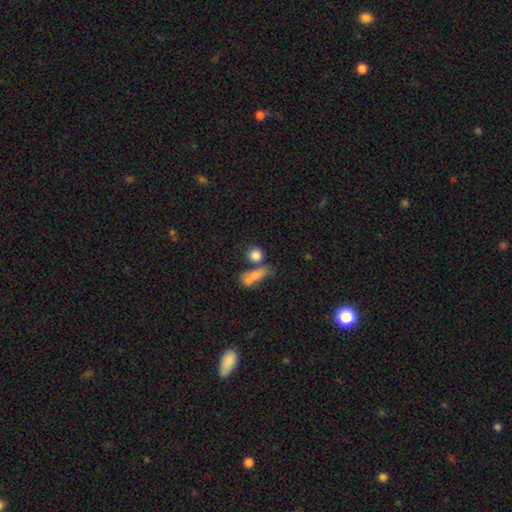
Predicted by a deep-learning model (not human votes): Smooth or featured?
  - smooth: 82% *
  - star or artifact: 10%
  - featured or disk: 8%
How rounded?
  - round: 72% *
  - in between: 24%
  - cigar-shaped: 4%
Merging?
  - none: 51% *
  - merger: 32%
  - minor disturbance: 11%
  - major disturbance: 7%